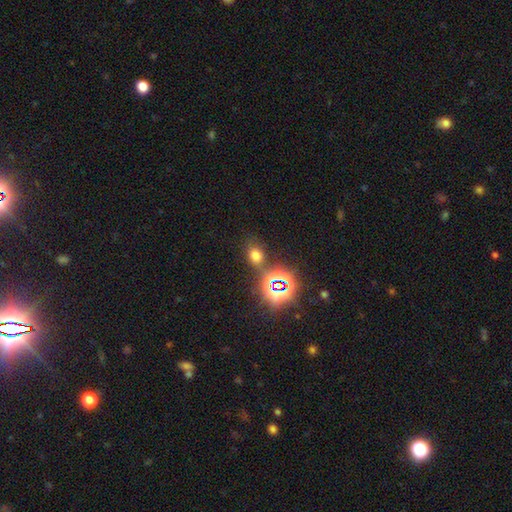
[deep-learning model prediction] Smooth or featured? smooth (59%)
How rounded? in between (49%, tied with round)
Merging? none (71%)